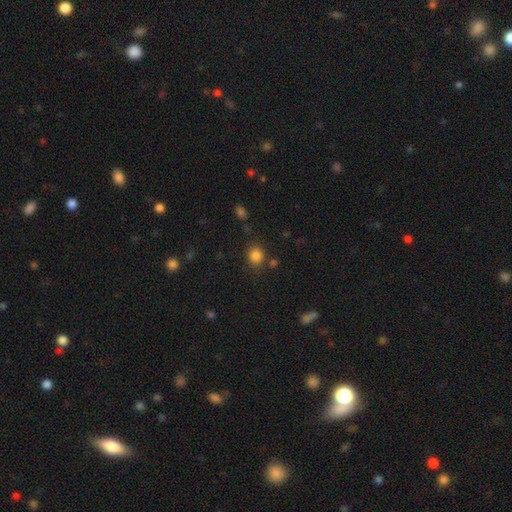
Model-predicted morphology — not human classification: Smooth or featured?
  - smooth: 84% *
  - star or artifact: 11%
  - featured or disk: 5%
How rounded?
  - round: 75% *
  - in between: 24%
  - cigar-shaped: 1%
Merging?
  - none: 80% *
  - minor disturbance: 10%
  - merger: 5%
  - major disturbance: 4%